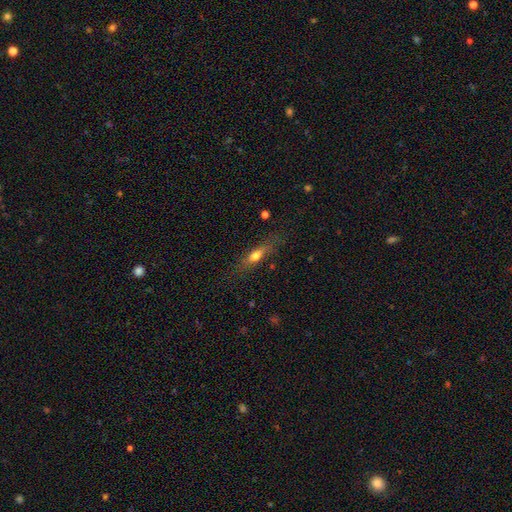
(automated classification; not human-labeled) Q: Smooth or featured?
A: smooth (63%); runner-up: featured or disk (28%)
Q: How rounded?
A: cigar-shaped (52%); runner-up: in between (44%)
Q: Merging?
A: none (71%); runner-up: minor disturbance (19%)